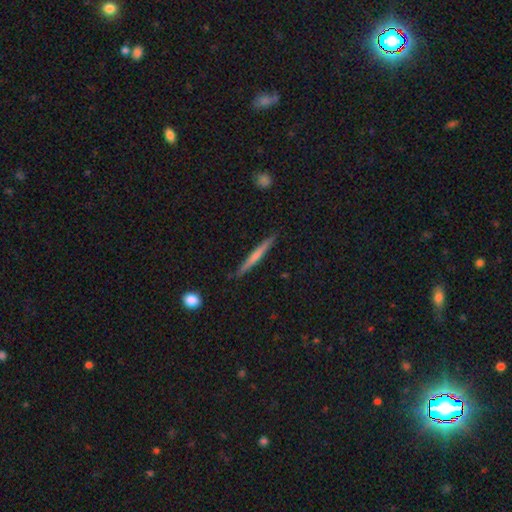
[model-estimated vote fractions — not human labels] smooth-or-featured: smooth: 51% | featured or disk: 44% | star or artifact: 6%
  how-rounded: cigar-shaped: 96% | in between: 2% | round: 2%
  merging: none: 88% | minor disturbance: 9% | major disturbance: 2% | merger: 1%